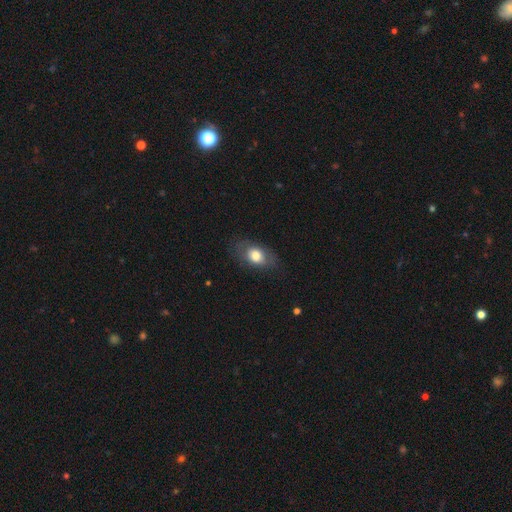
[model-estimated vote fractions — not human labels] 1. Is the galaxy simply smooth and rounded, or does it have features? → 71% smooth, 22% featured or disk, 7% star or artifact.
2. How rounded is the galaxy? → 82% in between, 15% round, 3% cigar-shaped.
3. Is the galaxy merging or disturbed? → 74% none, 18% minor disturbance, 7% major disturbance, 1% merger.